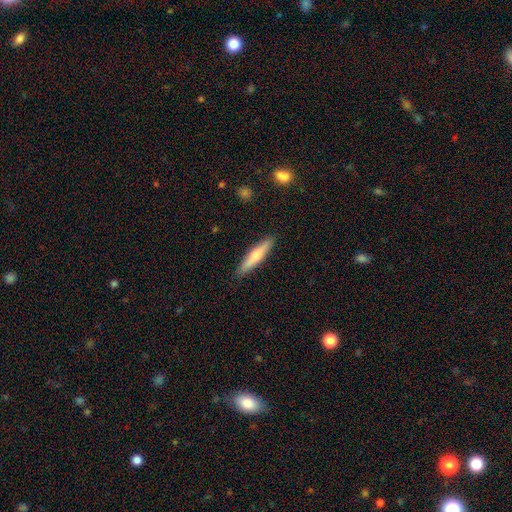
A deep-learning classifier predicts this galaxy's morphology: Smooth or featured: smooth — 64% (featured or disk — 31%)
How rounded: cigar-shaped — 86% (in between — 12%)
Merging: none — 89% (minor disturbance — 8%)